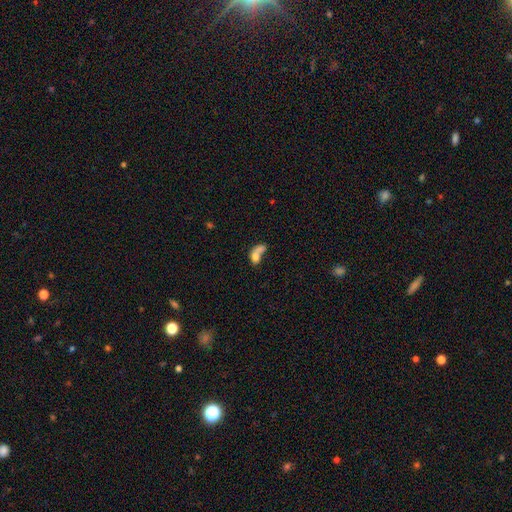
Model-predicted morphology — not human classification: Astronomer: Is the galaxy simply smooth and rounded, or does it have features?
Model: smooth — 68%.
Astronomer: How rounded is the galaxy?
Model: in between — 75%.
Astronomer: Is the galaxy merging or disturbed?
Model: merger — 50%.